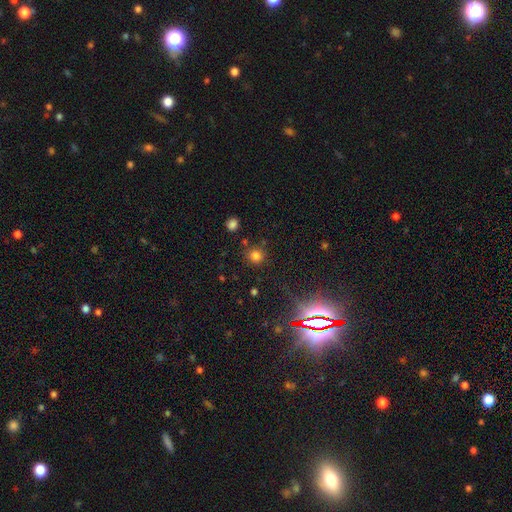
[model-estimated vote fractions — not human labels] A smooth galaxy with no disk features (78%) that is round (90%).

Vote fractions:
- Smooth or featured? smooth: 78% / star or artifact: 17% / featured or disk: 6%
- How rounded? round: 90% / in between: 9% / cigar-shaped: 1%
- Merging? none: 83% / minor disturbance: 9% / merger: 5% / major disturbance: 3%